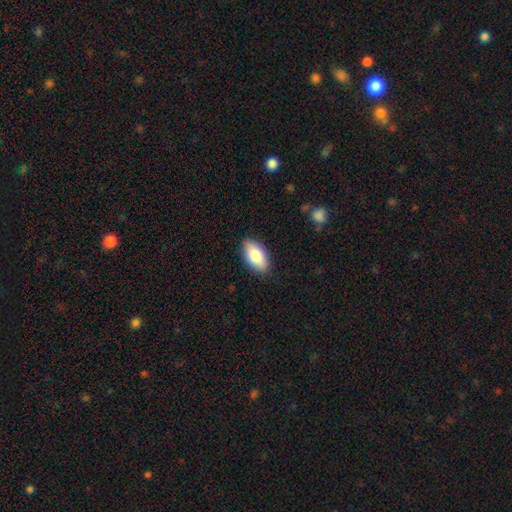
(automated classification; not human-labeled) smooth-or-featured: smooth: 83% | featured or disk: 11% | star or artifact: 6%
  how-rounded: in between: 93% | cigar-shaped: 4% | round: 3%
  merging: none: 88% | minor disturbance: 9% | major disturbance: 2% | merger: 1%